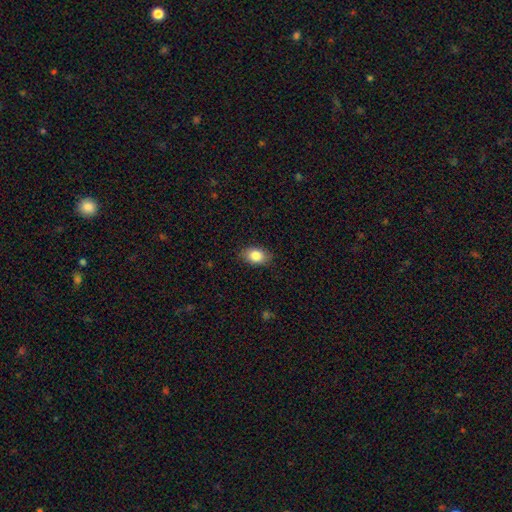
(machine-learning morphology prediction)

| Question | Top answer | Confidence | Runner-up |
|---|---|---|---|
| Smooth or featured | smooth | 85% | star or artifact (8%) |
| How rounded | in between | 82% | round (17%) |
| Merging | none | 85% | minor disturbance (12%) |